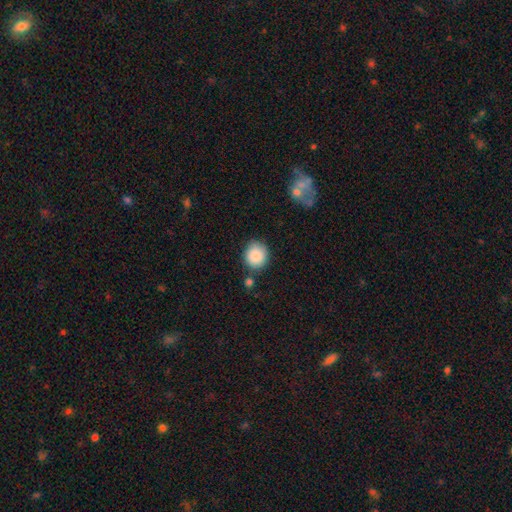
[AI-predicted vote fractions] This appears to be a smooth galaxy with no disk features (88%) that is round (81%). Merging: none (76%).